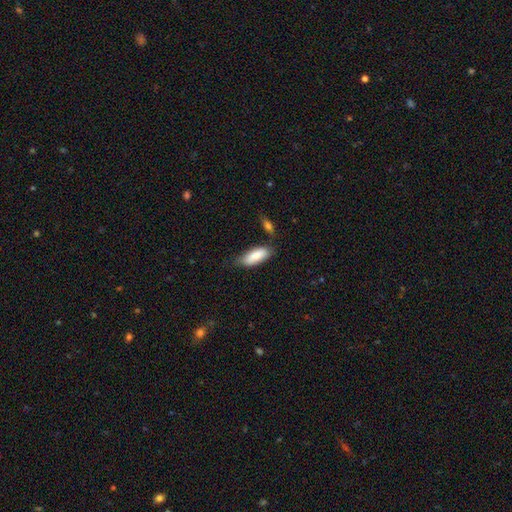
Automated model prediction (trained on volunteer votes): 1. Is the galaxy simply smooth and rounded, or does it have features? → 82% smooth, 11% featured or disk, 6% star or artifact.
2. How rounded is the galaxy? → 76% in between, 22% cigar-shaped, 2% round.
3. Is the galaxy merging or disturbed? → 64% none, 24% minor disturbance, 6% merger, 5% major disturbance.